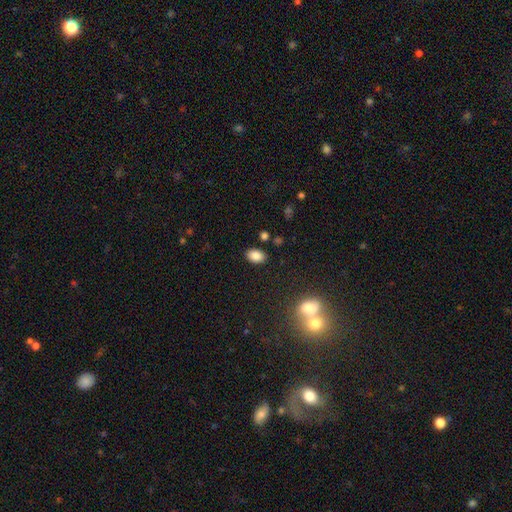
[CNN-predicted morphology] Smooth or featured? Predicted: smooth (p=0.85). How rounded? Predicted: in between (p=0.86). Merging? Predicted: none (p=0.86).